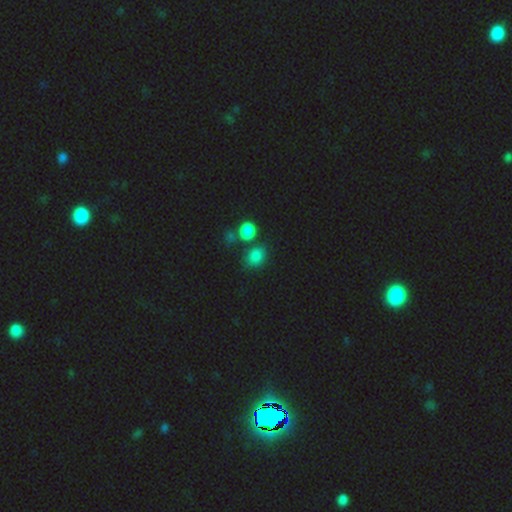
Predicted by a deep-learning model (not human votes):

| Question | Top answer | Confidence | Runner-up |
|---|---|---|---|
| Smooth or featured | smooth | 80% | star or artifact (15%) |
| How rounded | in between | 51% | round (48%) |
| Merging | none | 65% | merger (16%) |